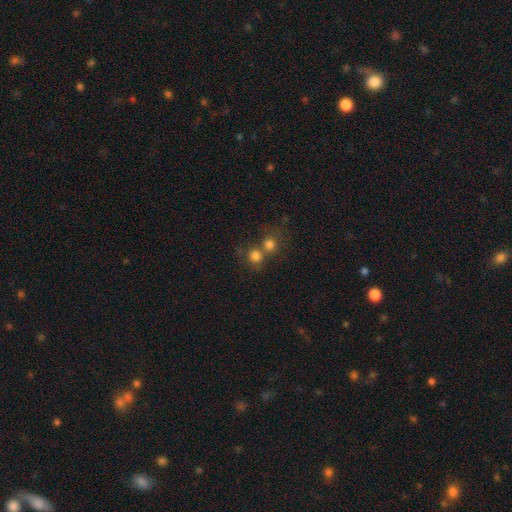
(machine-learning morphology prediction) The model was most divided on "merging": none: 46%, merger: 44%, minor disturbance: 6%, major disturbance: 3%. More confident: how rounded — round (88%); smooth or featured — smooth (77%).